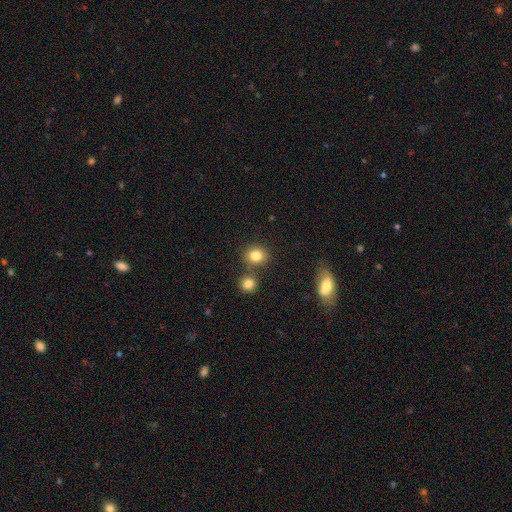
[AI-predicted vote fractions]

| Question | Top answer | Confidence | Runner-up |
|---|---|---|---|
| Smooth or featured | smooth | 82% | star or artifact (11%) |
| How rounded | round | 80% | in between (19%) |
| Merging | none | 74% | merger (14%) |